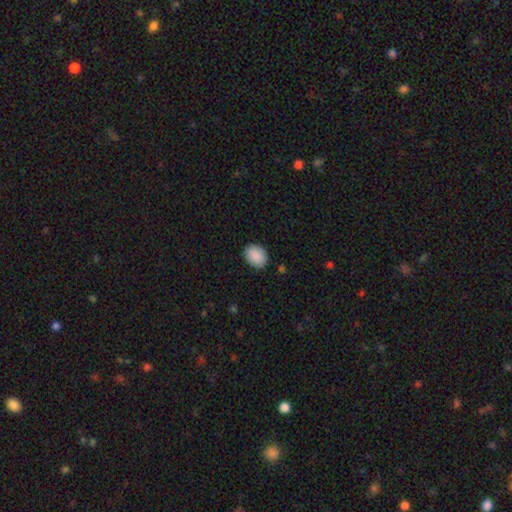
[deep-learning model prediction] A smooth galaxy with no disk features (90%) that is in between round and cigar-shaped (62%).

Vote fractions:
- Smooth or featured? smooth: 90% / star or artifact: 7% / featured or disk: 3%
- How rounded? in between: 62% / round: 37% / cigar-shaped: 1%
- Merging? none: 86% / minor disturbance: 11% / major disturbance: 2% / merger: 1%